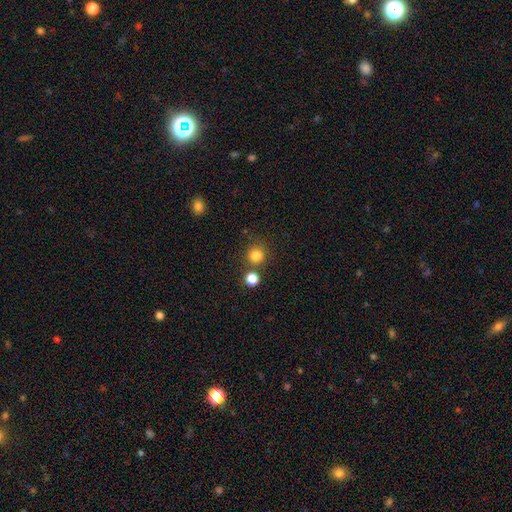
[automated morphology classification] smooth-or-featured: smooth: 82% | star or artifact: 14% | featured or disk: 5%
  how-rounded: round: 91% | in between: 8% | cigar-shaped: 1%
  merging: none: 74% | merger: 14% | minor disturbance: 8% | major disturbance: 3%